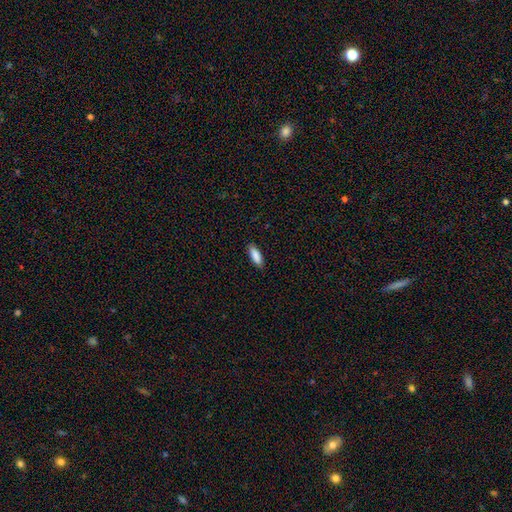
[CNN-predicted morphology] This appears to be a smooth galaxy with no disk features (88%) that is in between round and cigar-shaped (67%). Merging: none (88%).